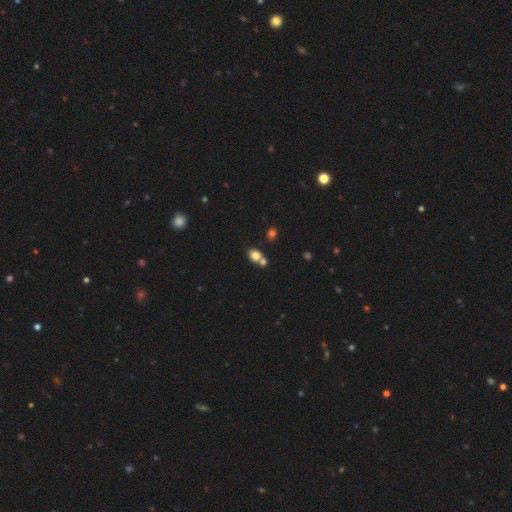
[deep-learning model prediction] Smooth or featured? Predicted: smooth (p=0.79). How rounded? Predicted: round (p=0.57). Merging? Predicted: none (p=0.47).